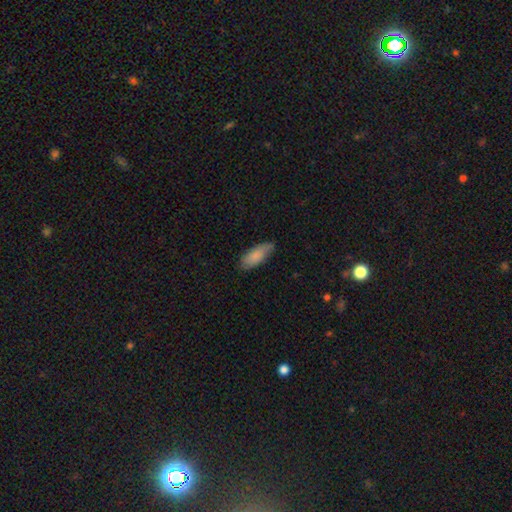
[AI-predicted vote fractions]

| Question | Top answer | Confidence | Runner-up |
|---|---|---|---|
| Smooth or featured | smooth | 82% | featured or disk (12%) |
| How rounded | in between | 76% | cigar-shaped (22%) |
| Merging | none | 73% | minor disturbance (22%) |